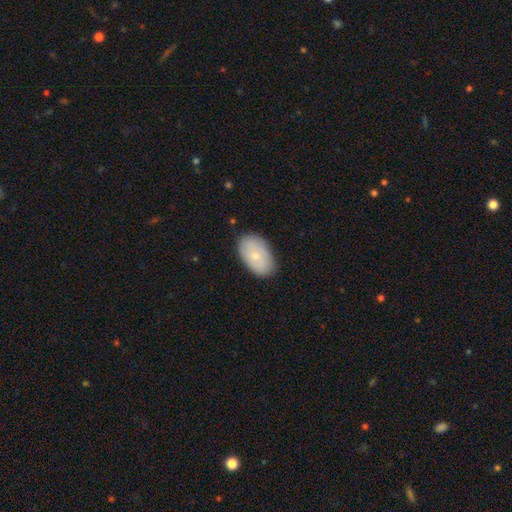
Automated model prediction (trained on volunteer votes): smooth_or_featured: smooth (p=0.72) [alt: featured or disk p=0.22]
how_rounded: in between (p=0.93) [alt: round p=0.05]
merging: none (p=0.82) [alt: minor disturbance p=0.14]